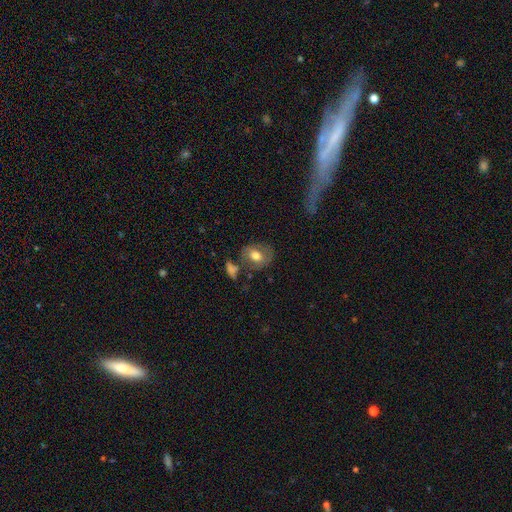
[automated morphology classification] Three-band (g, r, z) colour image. It shows a smooth galaxy with no disk features (42%). Merging: none (64%).